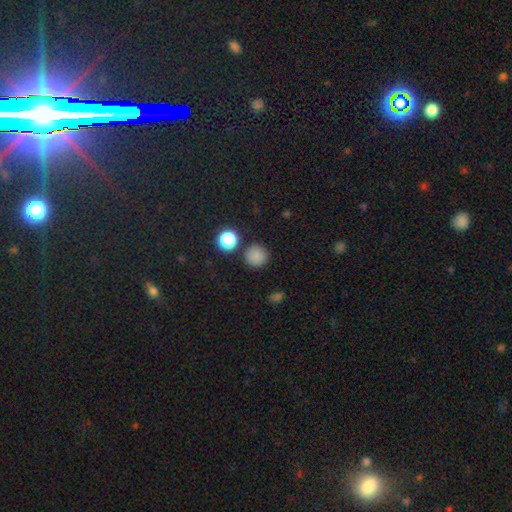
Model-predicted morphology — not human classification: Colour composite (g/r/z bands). It shows a smooth galaxy with no disk features (83%) that is round (94%). Merging: none (85%).